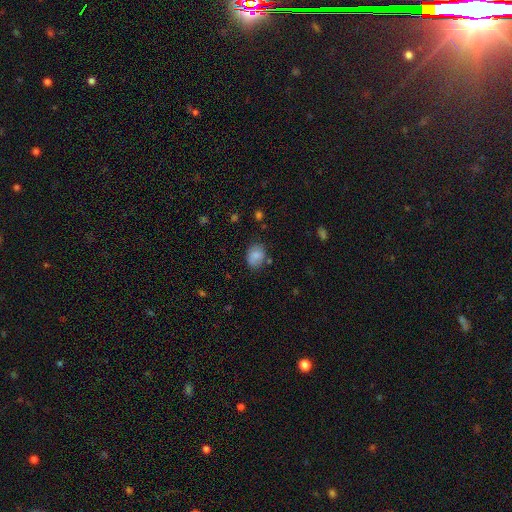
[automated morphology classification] A smooth galaxy with no disk features (83%) that is in between round and cigar-shaped (63%). Merging: none (77%).